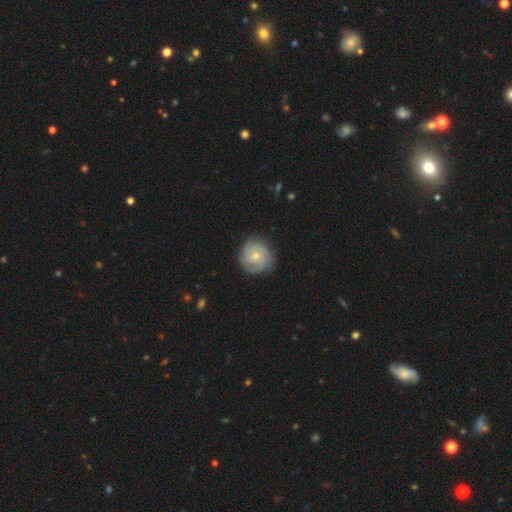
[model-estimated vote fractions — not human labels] Smooth or featured? Predicted: featured or disk (p=0.62). Edge-on disk? Predicted: no (p=0.98). Bar? Predicted: no (p=0.69). Spiral arms? Predicted: yes (p=0.89). Spiral winding? Predicted: tight (p=0.58). Spiral arm count? Predicted: can't tell (p=0.35). Bulge size? Predicted: small (p=0.64). Merging? Predicted: none (p=0.78).